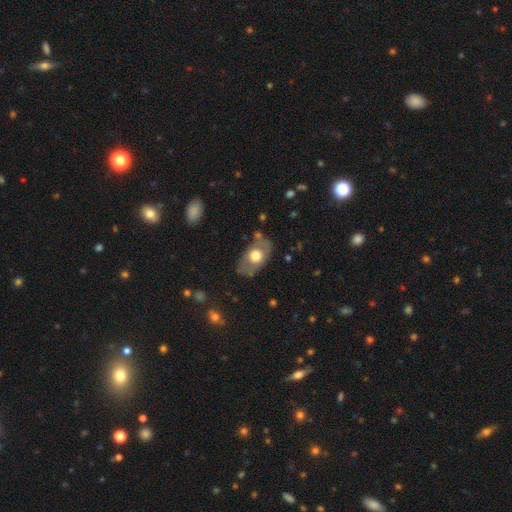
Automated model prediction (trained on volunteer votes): A smooth galaxy with no disk features (50%) that is in between round and cigar-shaped (82%). Merging: none (65%).